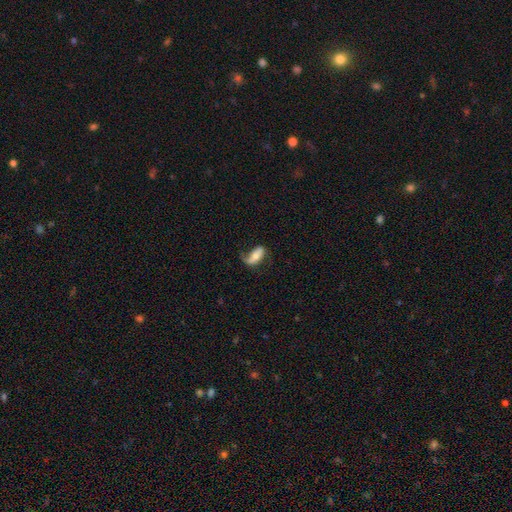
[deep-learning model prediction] Overall: smooth (53%; featured or disk 40%). How rounded: in between (81%). Merging: none (46%; minor disturbance 29%).